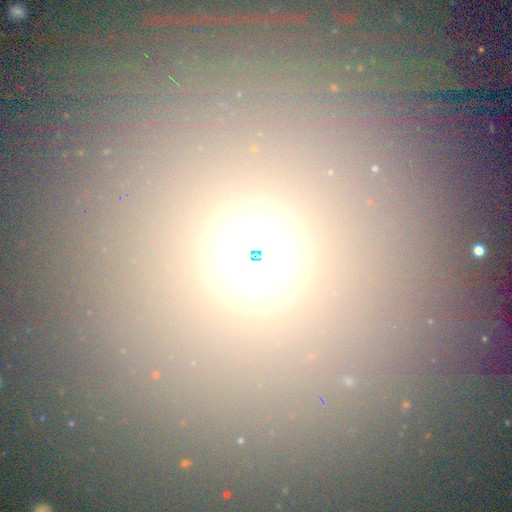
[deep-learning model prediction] This appears to be a smooth galaxy with no disk features (54%) that is round (74%). Merging: none (83%).